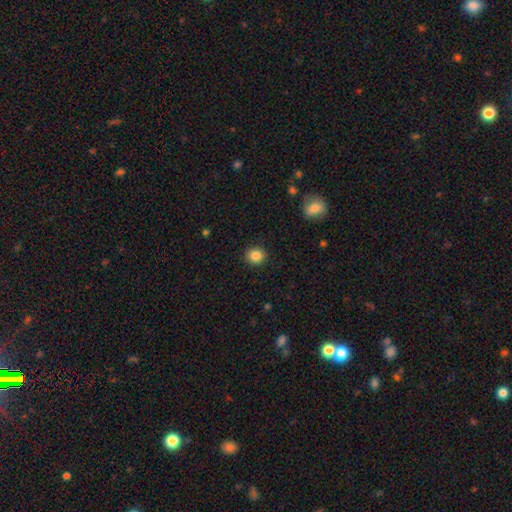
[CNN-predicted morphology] smooth-or-featured: smooth: 86% | star or artifact: 10% | featured or disk: 4%
  how-rounded: round: 86% | in between: 13% | cigar-shaped: 1%
  merging: none: 91% | minor disturbance: 6% | major disturbance: 2% | merger: 1%